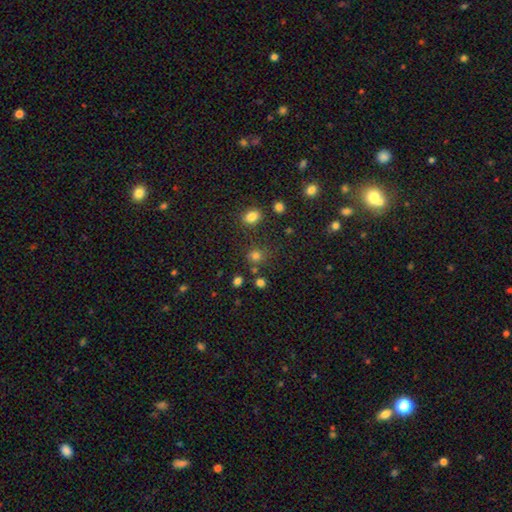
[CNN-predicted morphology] smooth-or-featured: smooth: 75% | star or artifact: 19% | featured or disk: 6%
  how-rounded: round: 79% | in between: 20% | cigar-shaped: 1%
  merging: none: 71% | minor disturbance: 13% | merger: 10% | major disturbance: 6%